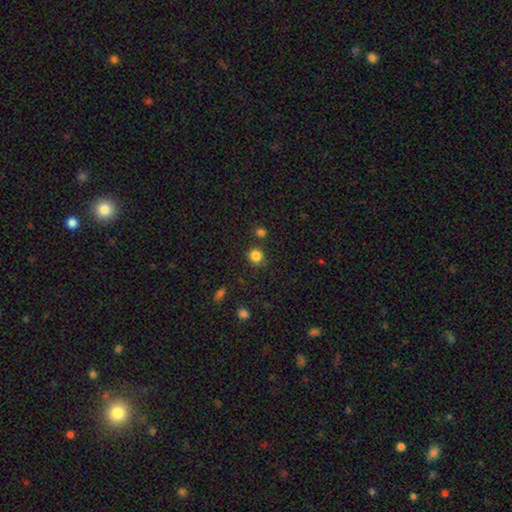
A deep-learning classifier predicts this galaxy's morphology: This is clearly a smooth galaxy (84%). How rounded: clearly round (84%). Merging: clearly none (83%).